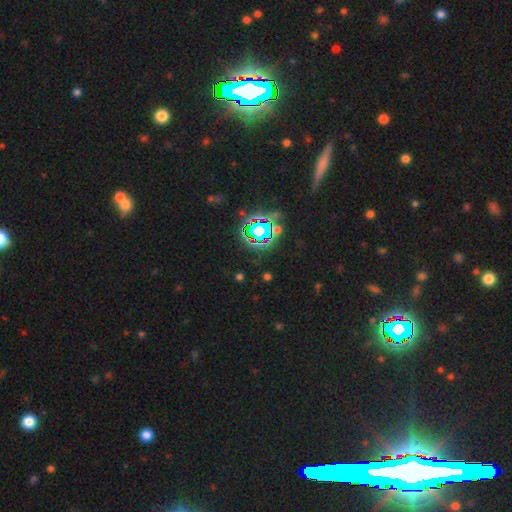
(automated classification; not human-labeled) Smooth or featured? star or artifact (79%)